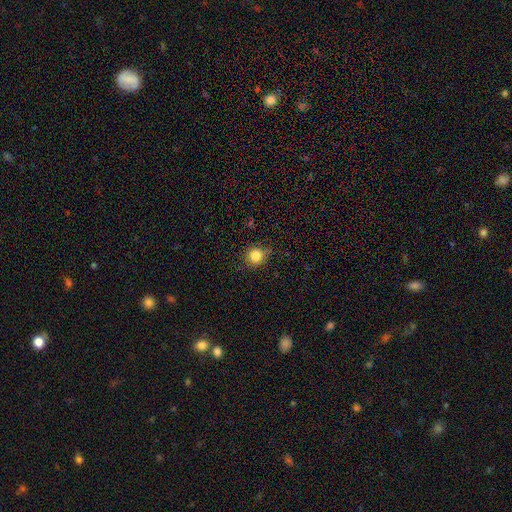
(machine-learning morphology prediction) Smooth or featured?
  - smooth: 82% *
  - star or artifact: 11%
  - featured or disk: 6%
How rounded?
  - round: 86% *
  - in between: 13%
  - cigar-shaped: 1%
Merging?
  - none: 78% *
  - minor disturbance: 17%
  - major disturbance: 4%
  - merger: 1%